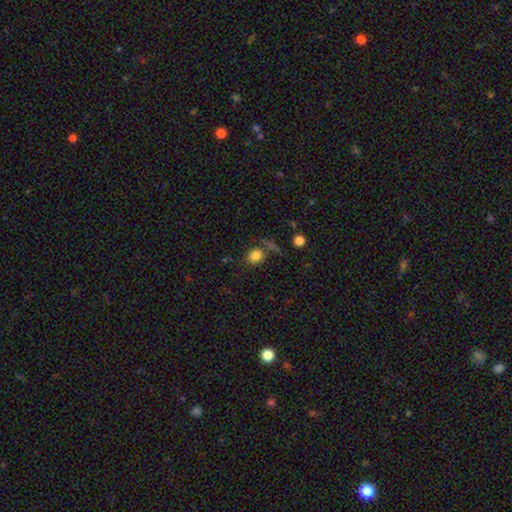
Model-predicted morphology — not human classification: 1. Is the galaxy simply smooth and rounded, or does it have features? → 80% smooth, 13% star or artifact, 7% featured or disk.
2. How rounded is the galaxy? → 77% round, 22% in between, 2% cigar-shaped.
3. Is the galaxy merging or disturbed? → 68% none, 13% minor disturbance, 12% merger, 7% major disturbance.